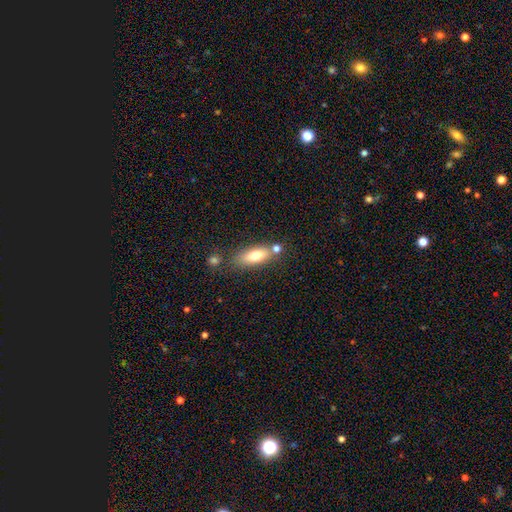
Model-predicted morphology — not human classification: smooth_or_featured: smooth (p=0.72) [alt: featured or disk p=0.20]
how_rounded: in between (p=0.70) [alt: cigar-shaped p=0.27]
merging: none (p=0.65) [alt: merger p=0.16]